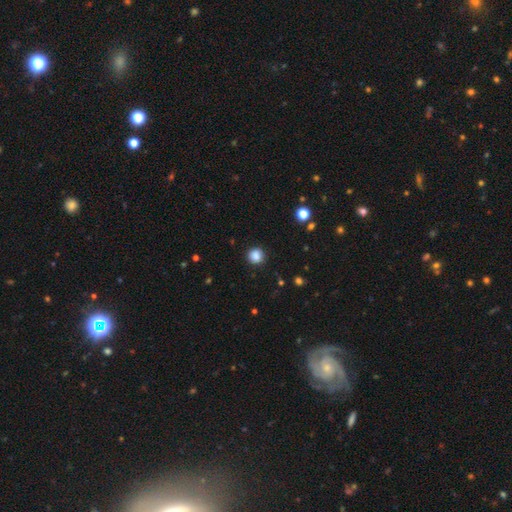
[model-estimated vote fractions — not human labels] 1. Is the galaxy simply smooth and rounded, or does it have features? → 85% smooth, 11% star or artifact, 3% featured or disk.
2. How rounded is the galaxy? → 90% round, 9% in between, 1% cigar-shaped.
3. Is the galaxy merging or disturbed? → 89% none, 8% minor disturbance, 2% major disturbance, 1% merger.